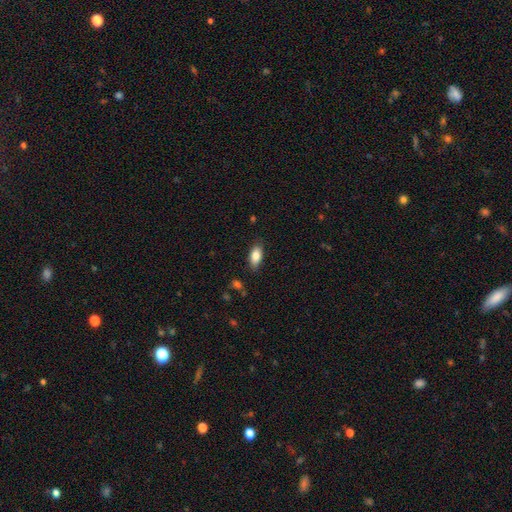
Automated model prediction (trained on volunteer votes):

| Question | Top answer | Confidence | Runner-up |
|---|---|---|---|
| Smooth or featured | smooth | 85% | featured or disk (8%) |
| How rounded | in between | 88% | cigar-shaped (9%) |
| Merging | none | 82% | minor disturbance (14%) |